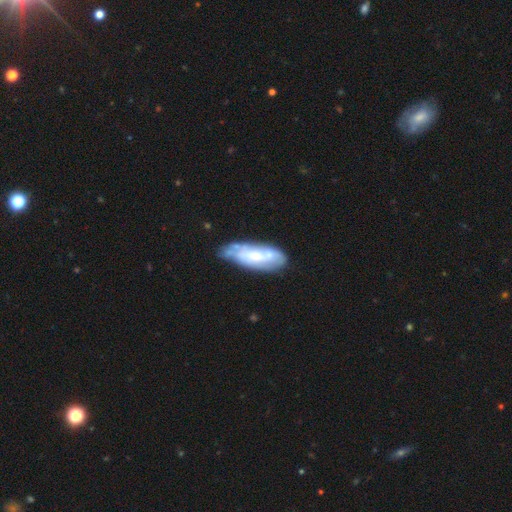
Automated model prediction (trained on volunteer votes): Smooth or featured?
  - featured or disk: 60% *
  - smooth: 34%
  - star or artifact: 7%
Edge-on disk?
  - no: 87% *
  - yes: 13%
Bar?
  - no: 57% *
  - weak: 32%
  - strong: 11%
Spiral arms?
  - yes: 72% *
  - no: 28%
Bulge size?
  - small: 47% *
  - moderate: 36%
  - none: 10%
  - large: 6%
  - dominant: 1%
Merging?
  - none: 57% *
  - minor disturbance: 27%
  - major disturbance: 9%
  - merger: 7%